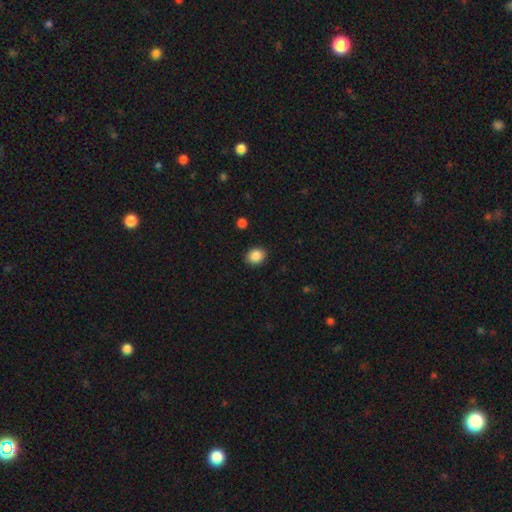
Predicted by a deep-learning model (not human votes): smooth-or-featured: smooth: 87% | star or artifact: 9% | featured or disk: 4%
  how-rounded: round: 58% | in between: 41% | cigar-shaped: 1%
  merging: none: 90% | minor disturbance: 7% | major disturbance: 2% | merger: 1%